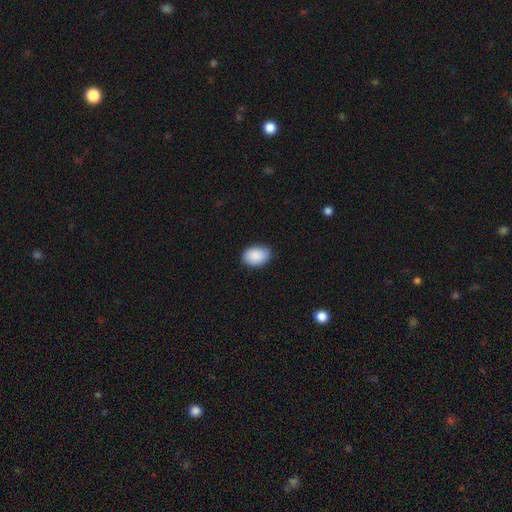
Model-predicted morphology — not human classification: The model was most divided on "merging": none: 81%, minor disturbance: 16%, major disturbance: 2%, merger: 1%. More confident: smooth or featured — smooth (90%); how rounded — in between (84%).